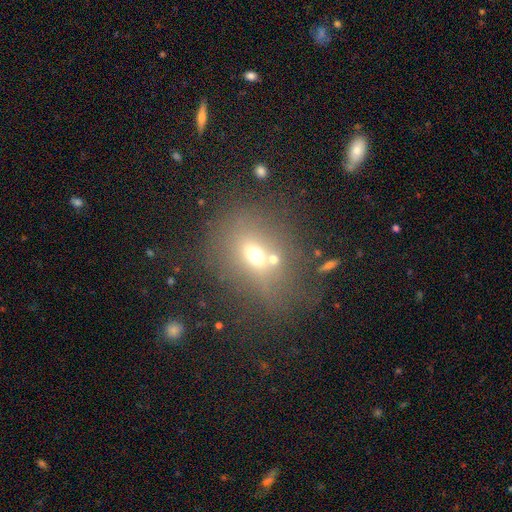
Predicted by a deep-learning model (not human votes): Smooth or featured: smooth — 56% (featured or disk — 23%)
How rounded: round — 52% (in between — 45%)
Merging: none — 51% (merger — 20%)